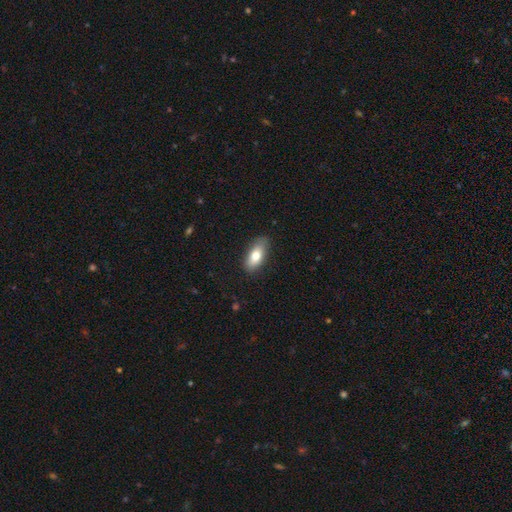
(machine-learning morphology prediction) A smooth galaxy with no disk features (74%) that is in between round and cigar-shaped (83%). Merging: none (82%).